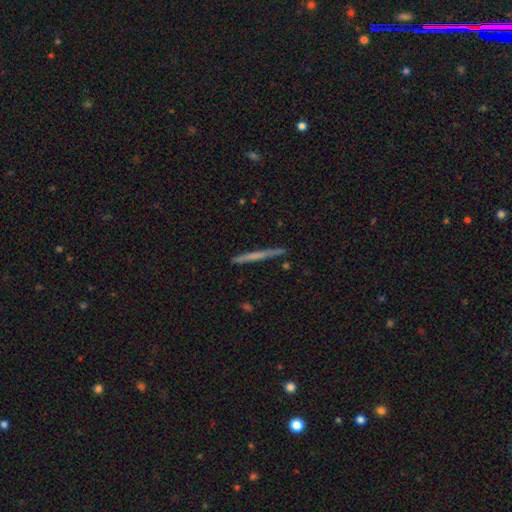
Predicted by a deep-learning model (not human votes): smooth 47% (tied), featured or disk 47% (tied), star or artifact 6%. Down the decision tree: merging — none (90%).